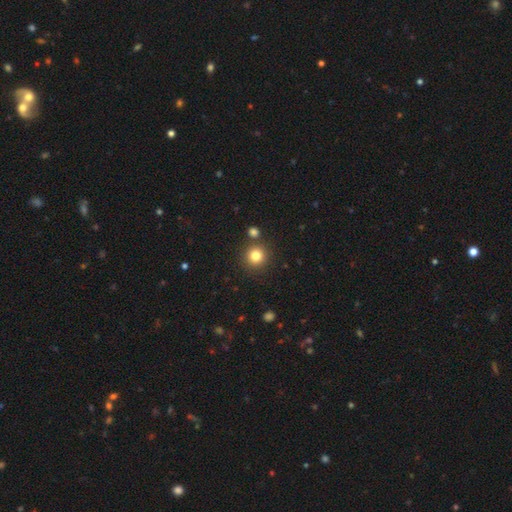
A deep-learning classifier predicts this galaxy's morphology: Smooth or featured? Predicted: smooth (p=0.82). How rounded? Predicted: round (p=0.94). Merging? Predicted: none (p=0.84).